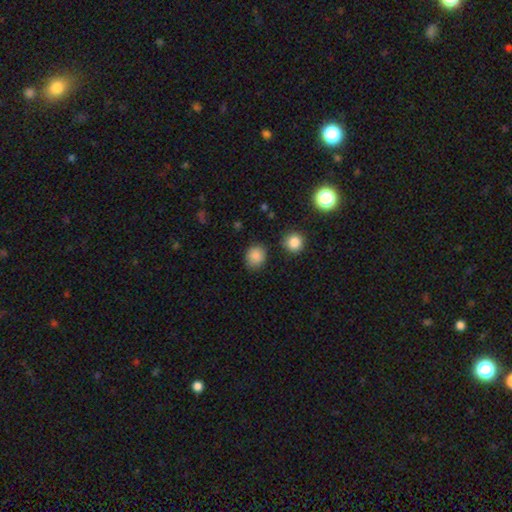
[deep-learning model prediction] This is clearly a smooth galaxy (87%). How rounded: likely round (68%). Merging: clearly none (80%).